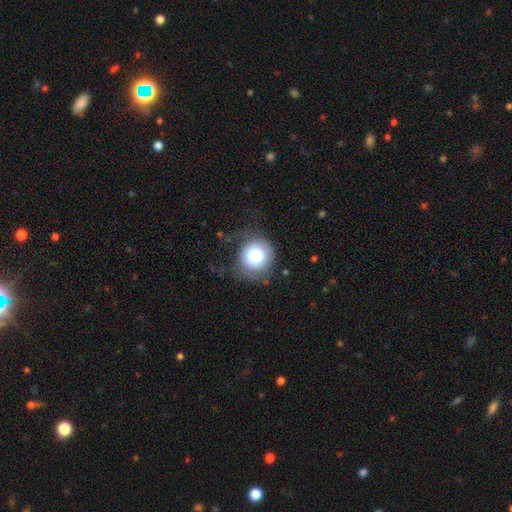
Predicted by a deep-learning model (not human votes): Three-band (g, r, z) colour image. It shows a smooth galaxy with no disk features (78%) that is round (88%). Merging: none (60%).